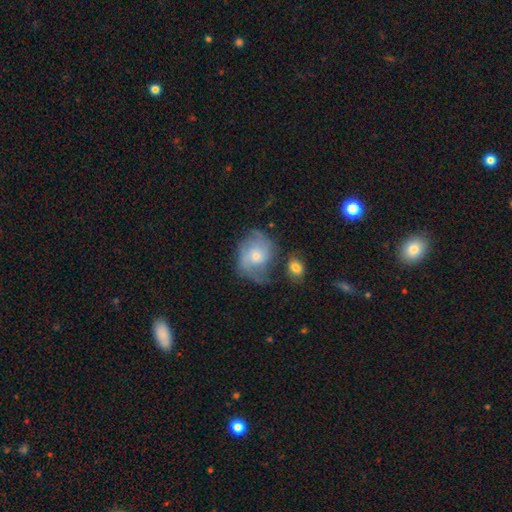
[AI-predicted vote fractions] Smooth or featured?
  - featured or disk: 64% *
  - smooth: 28%
  - star or artifact: 8%
Edge-on disk?
  - no: 97% *
  - yes: 3%
Bar?
  - no: 71% *
  - weak: 24%
  - strong: 4%
Spiral arms?
  - yes: 86% *
  - no: 14%
Spiral winding?
  - medium: 43% *
  - loose: 32%
  - tight: 25%
Spiral arm count?
  - 2: 65% *
  - can't tell: 18%
  - 3: 7%
  - 1: 6%
  - 4: 2%
  - more than 4: 2%
Bulge size?
  - small: 50% *
  - moderate: 44%
  - large: 3%
  - none: 2%
  - dominant: 1%
Merging?
  - none: 51% *
  - minor disturbance: 26%
  - major disturbance: 16%
  - merger: 7%